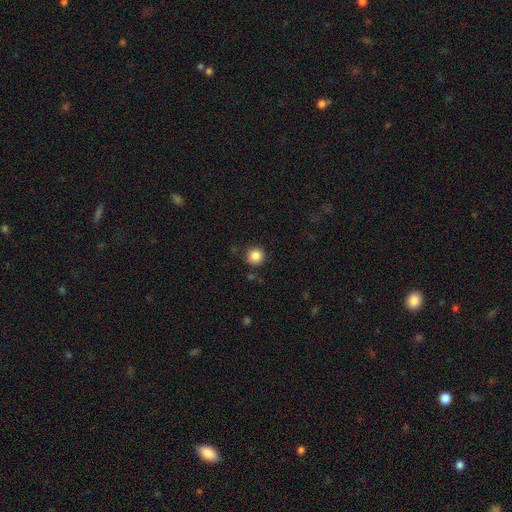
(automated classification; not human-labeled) smooth 85%, star or artifact 10%, featured or disk 4%. Down the decision tree: how rounded — round (95%); merging — none (87%).